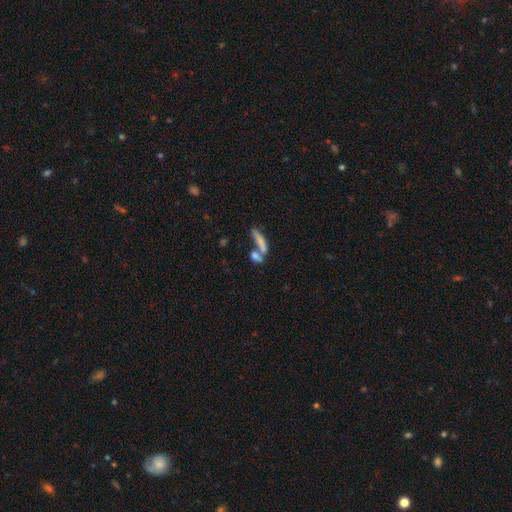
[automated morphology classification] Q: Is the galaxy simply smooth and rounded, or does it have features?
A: smooth — 52%.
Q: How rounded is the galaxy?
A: cigar-shaped — 54%.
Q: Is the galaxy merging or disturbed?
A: none — 52%.